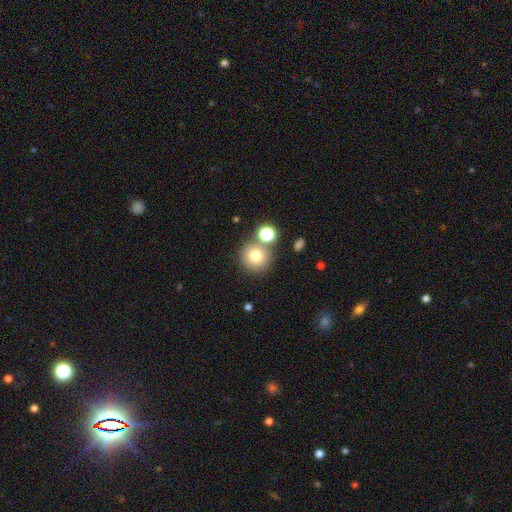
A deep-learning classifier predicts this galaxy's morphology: type=smooth (77%); roundness=round (92%); merging=none (71%).